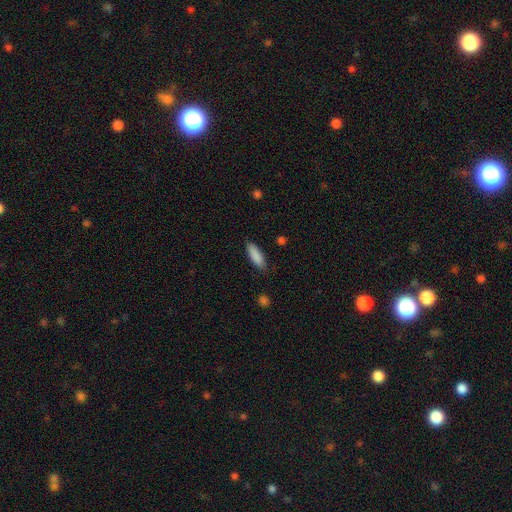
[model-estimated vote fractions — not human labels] Smooth or featured?
  - smooth: 88% *
  - star or artifact: 6%
  - featured or disk: 6%
How rounded?
  - in between: 50% *
  - cigar-shaped: 49%
  - round: 2%
Merging?
  - none: 84% *
  - minor disturbance: 13%
  - major disturbance: 2%
  - merger: 1%